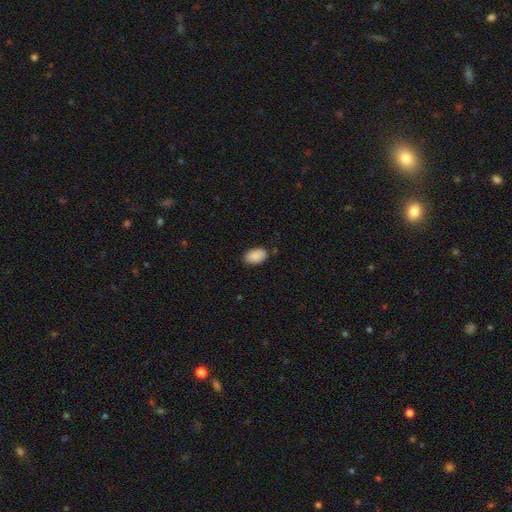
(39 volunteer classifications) smooth_or_featured: smooth (p=0.90) [alt: featured or disk p=0.05]
how_rounded: in between (p=0.97) [alt: round p=0.03]
merging: none (p=0.78) [alt: minor disturbance p=0.14]